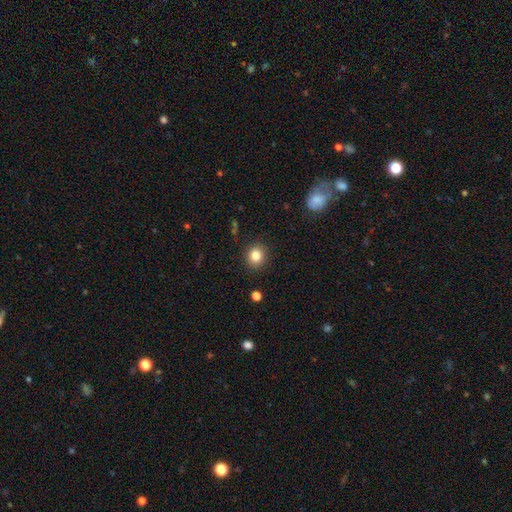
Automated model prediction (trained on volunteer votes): Smooth or featured? Predicted: smooth (p=0.83). How rounded? Predicted: round (p=0.83). Merging? Predicted: none (p=0.90).